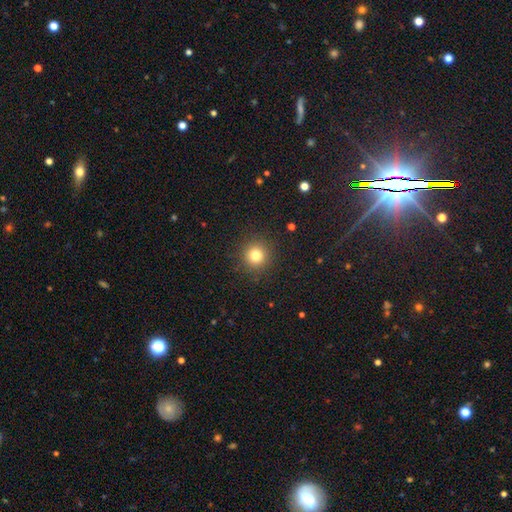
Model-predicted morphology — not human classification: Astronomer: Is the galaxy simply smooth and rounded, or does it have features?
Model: smooth — 79%.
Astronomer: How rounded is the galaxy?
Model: round — 95%.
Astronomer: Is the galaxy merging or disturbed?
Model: none — 91%.